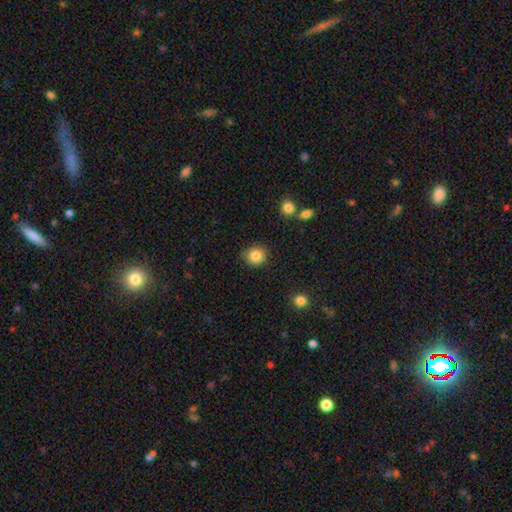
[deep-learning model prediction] The model was most divided on "merging": none: 85%, minor disturbance: 10%, major disturbance: 3%, merger: 2%. More confident: how rounded — round (89%); smooth or featured — smooth (85%).